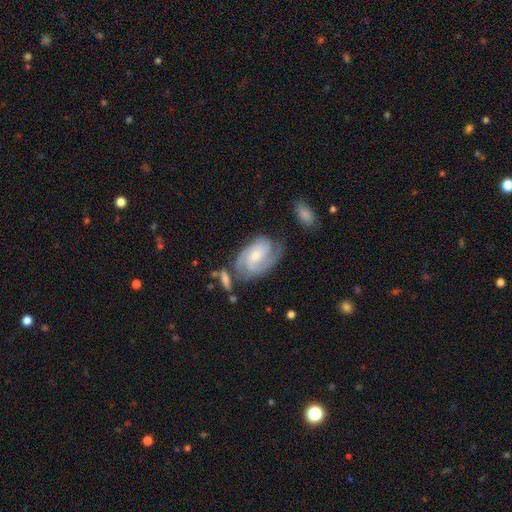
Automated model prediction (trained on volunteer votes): This appears to be a featured or disk galaxy (83%) with no bar (54%), 2 (47%) tight (52%) spiral arms (96%) and a small central bulge (50%). Merging: none (62%).